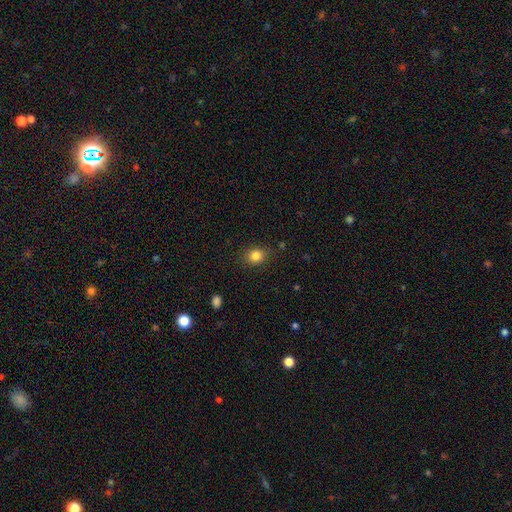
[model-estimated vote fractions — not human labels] A smooth galaxy with no disk features (83%) that is round (54%). Merging: none (85%).